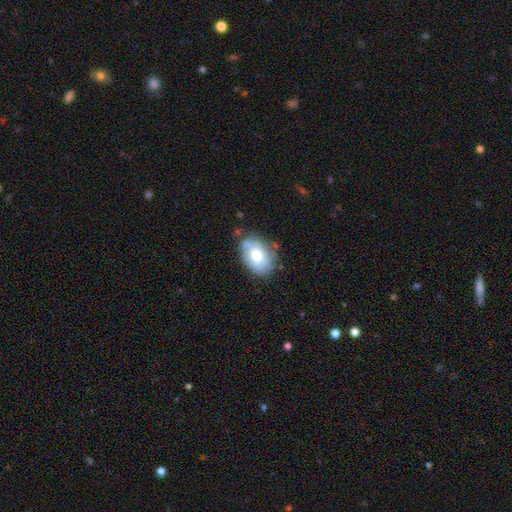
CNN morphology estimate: Smooth or featured: smooth — 69% (featured or disk — 23%)
How rounded: in between — 80% (round — 19%)
Merging: none — 68% (minor disturbance — 21%)